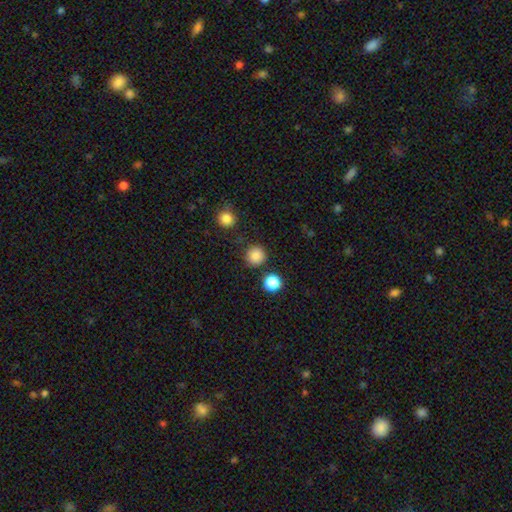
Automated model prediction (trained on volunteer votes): Smooth or featured? smooth (85%)
How rounded? round (95%)
Merging? none (87%)